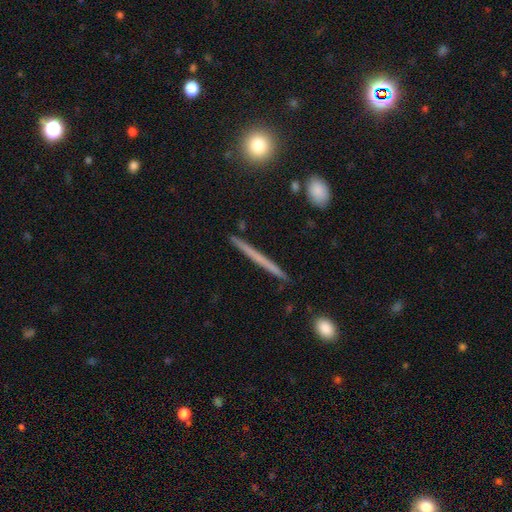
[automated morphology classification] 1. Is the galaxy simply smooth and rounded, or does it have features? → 51% featured or disk, 43% smooth, 7% star or artifact.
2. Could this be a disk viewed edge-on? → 97% yes, 3% no.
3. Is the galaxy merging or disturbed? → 90% none, 7% minor disturbance, 1% major disturbance, 1% merger.